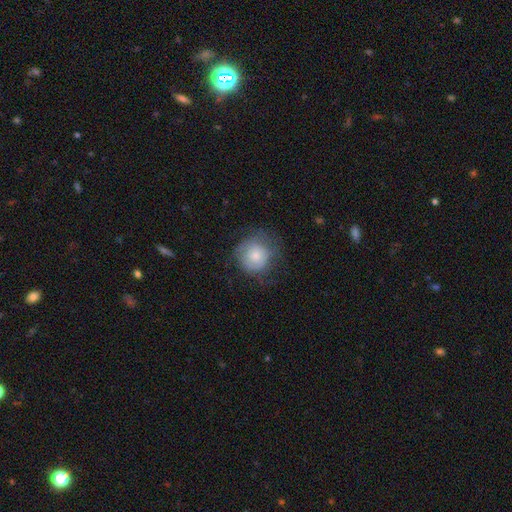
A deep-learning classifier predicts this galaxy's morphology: Overall: smooth (68%). How rounded: round (89%). Merging: none (59%; minor disturbance 24%).